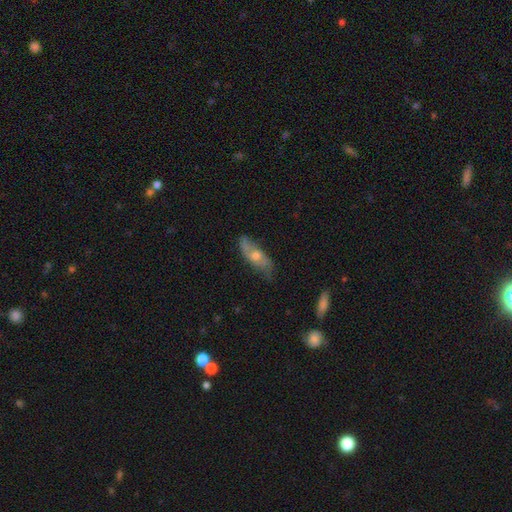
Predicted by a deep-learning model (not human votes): This is possibly a featured or disk galaxy (57%). It is likely not viewed edge-on (75%). Merging: likely none (65%).